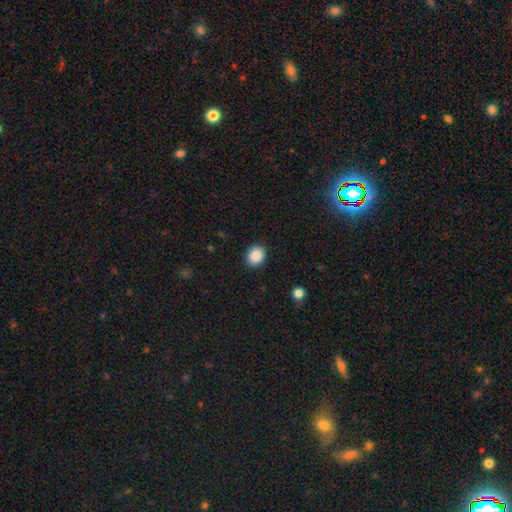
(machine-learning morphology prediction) A smooth galaxy with no disk features (89%) that is round (59%). Merging: none (90%).